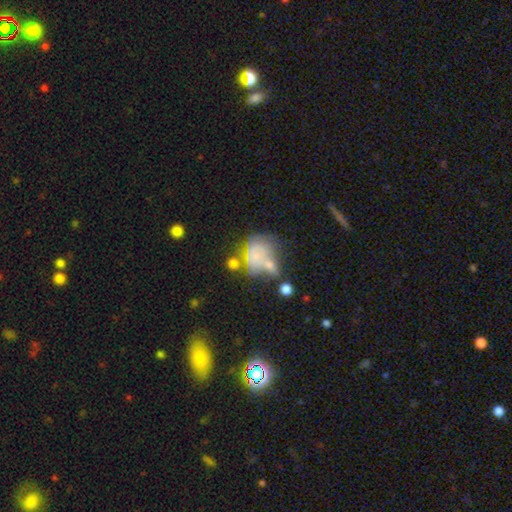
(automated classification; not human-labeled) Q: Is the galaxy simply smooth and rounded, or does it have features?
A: smooth — 45%.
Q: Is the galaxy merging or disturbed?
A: merger — 30%.